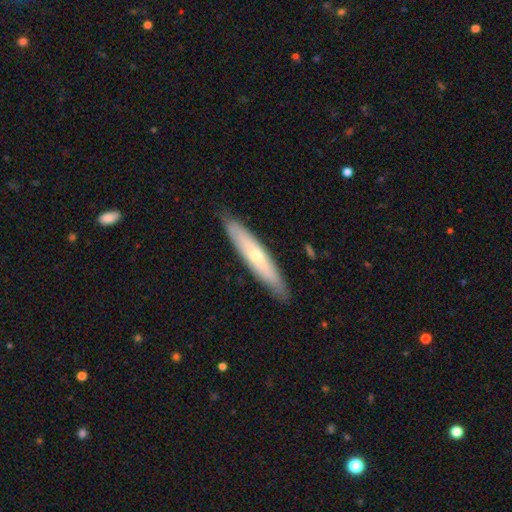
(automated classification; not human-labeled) smooth_or_featured: smooth (p=0.48) [alt: featured or disk p=0.46]
merging: none (p=0.87) [alt: minor disturbance p=0.10]